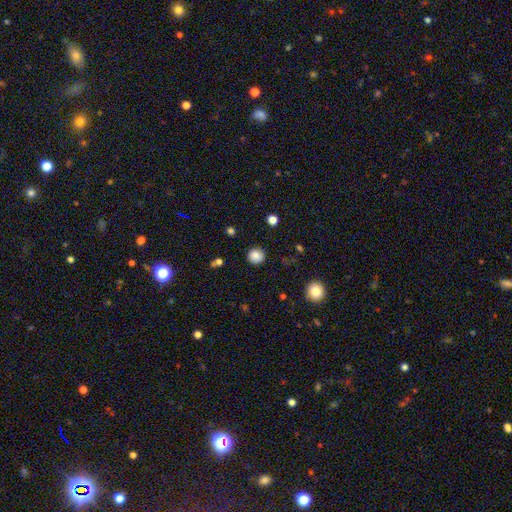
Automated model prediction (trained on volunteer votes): Smooth or featured: smooth — 85% (star or artifact — 10%)
How rounded: round — 92% (in between — 7%)
Merging: none — 90% (minor disturbance — 6%)